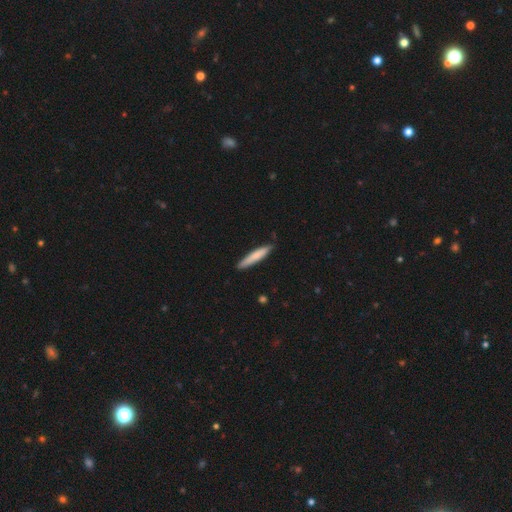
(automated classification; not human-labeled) The model was most divided on "smooth or featured": smooth: 76%, featured or disk: 19%, star or artifact: 5%. More confident: how rounded — cigar-shaped (91%); merging — none (84%).